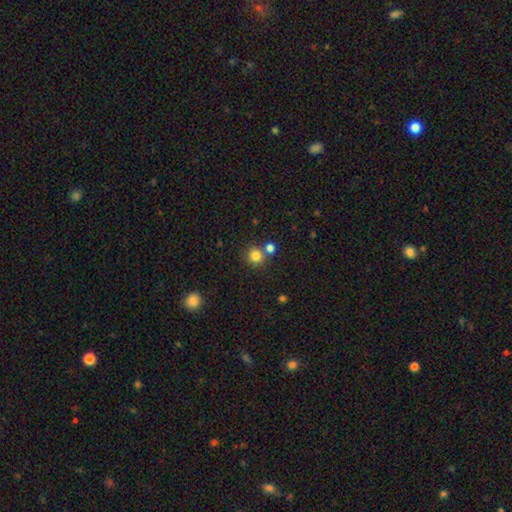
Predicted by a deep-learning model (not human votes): A smooth galaxy with no disk features (82%) that is round (91%). Merging: none (68%).